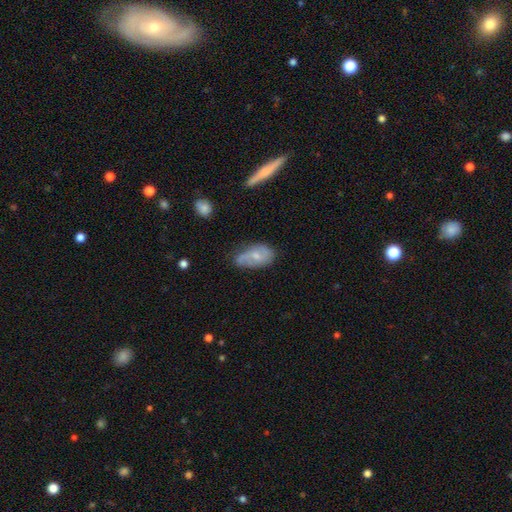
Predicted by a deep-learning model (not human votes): A featured or disk galaxy (51%).

Vote fractions:
- Smooth or featured? featured or disk: 51% / smooth: 42% / star or artifact: 7%
- Edge-on disk? no: 94% / yes: 6%
- Merging? none: 53% / minor disturbance: 34% / major disturbance: 10% / merger: 3%